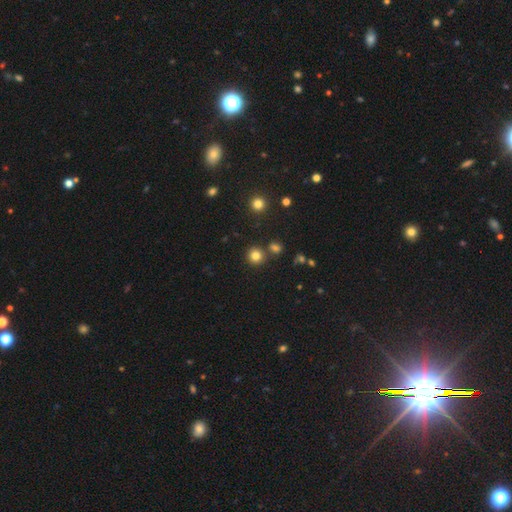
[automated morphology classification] Smooth or featured? Predicted: smooth (p=0.81). How rounded? Predicted: round (p=0.93). Merging? Predicted: none (p=0.83).